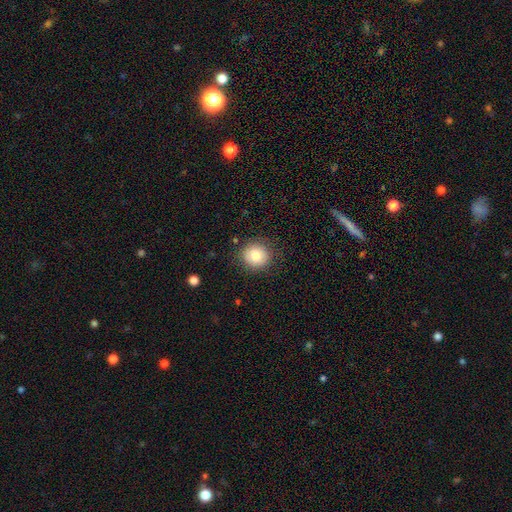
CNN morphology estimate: A smooth galaxy with no disk features (78%) that is round (89%). Merging: none (86%).